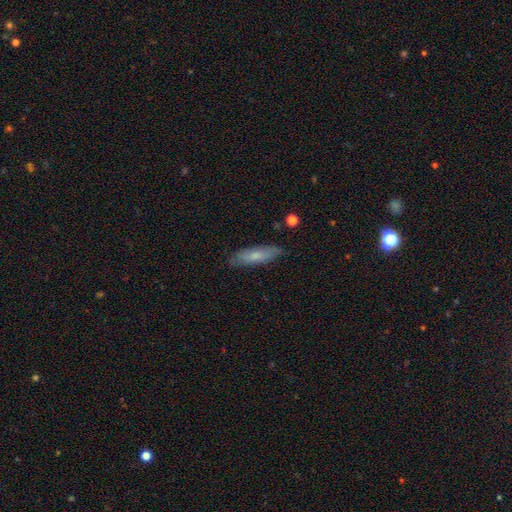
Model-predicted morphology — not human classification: The model was most divided on "smooth or featured": smooth: 66%, featured or disk: 27%, star or artifact: 6%. More confident: merging — none (82%); how rounded — cigar-shaped (69%).